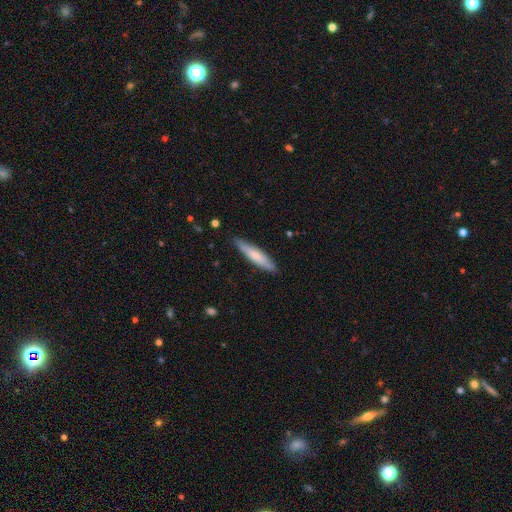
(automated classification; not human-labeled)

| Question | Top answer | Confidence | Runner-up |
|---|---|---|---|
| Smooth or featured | smooth | 63% | featured or disk (31%) |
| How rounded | cigar-shaped | 82% | in between (16%) |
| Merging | none | 85% | minor disturbance (12%) |